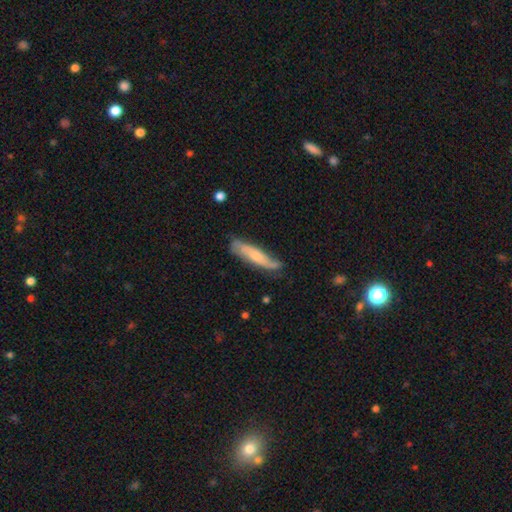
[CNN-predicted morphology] smooth_or_featured: smooth (p=0.50) [alt: featured or disk p=0.44]
how_rounded: cigar-shaped (p=0.79) [alt: in between p=0.19]
merging: none (p=0.67) [alt: minor disturbance p=0.24]